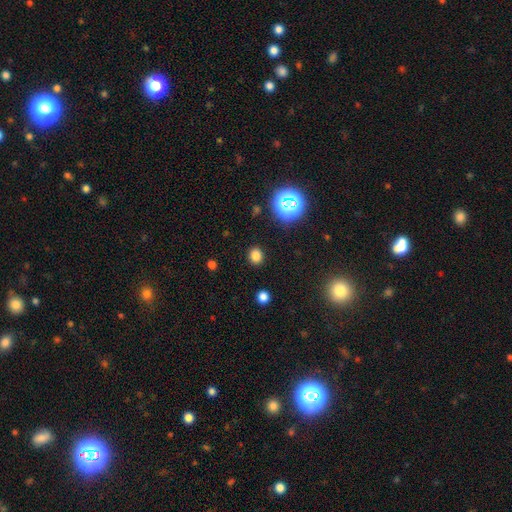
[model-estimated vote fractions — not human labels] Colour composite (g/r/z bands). It shows a smooth galaxy with no disk features (78%) that is round (72%). Merging: none (89%).